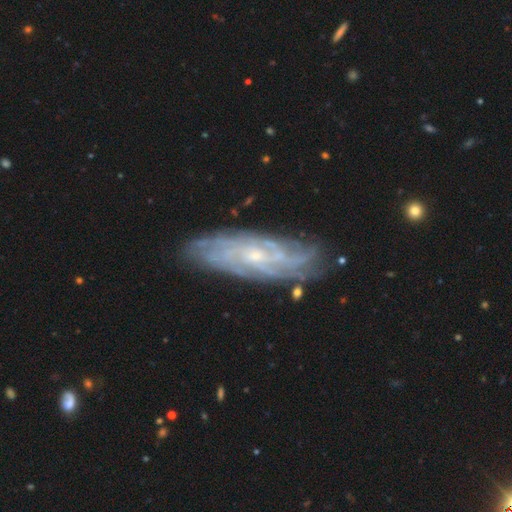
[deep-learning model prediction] A featured or disk galaxy (83%) with no bar (68%), tight (68%) spiral arms (95%) and a small central bulge (75%). Merging: none (81%).